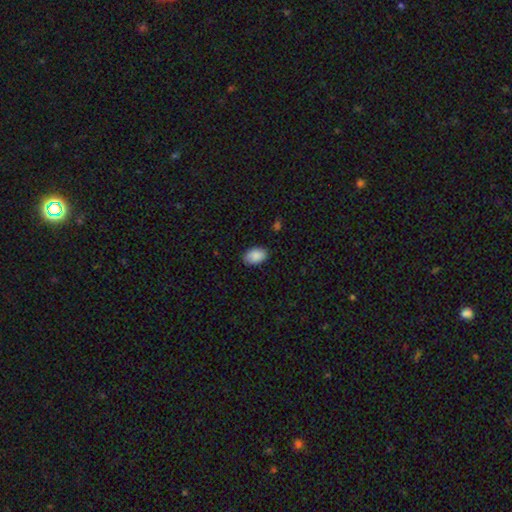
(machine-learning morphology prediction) Smooth or featured? Predicted: smooth (p=0.89). How rounded? Predicted: in between (p=0.90). Merging? Predicted: none (p=0.84).